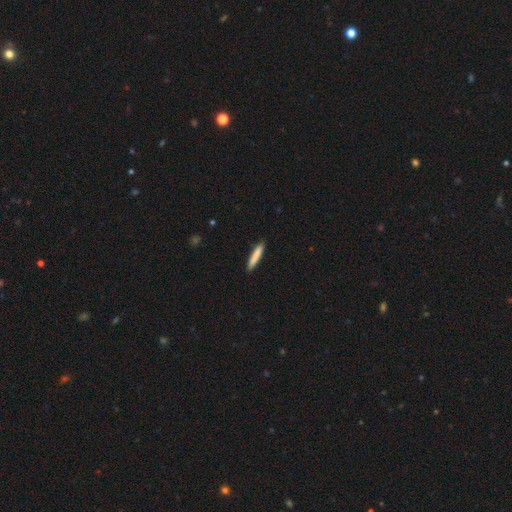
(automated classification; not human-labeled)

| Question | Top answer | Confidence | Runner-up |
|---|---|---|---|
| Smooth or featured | smooth | 84% | featured or disk (11%) |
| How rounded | cigar-shaped | 93% | in between (6%) |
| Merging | none | 90% | minor disturbance (7%) |